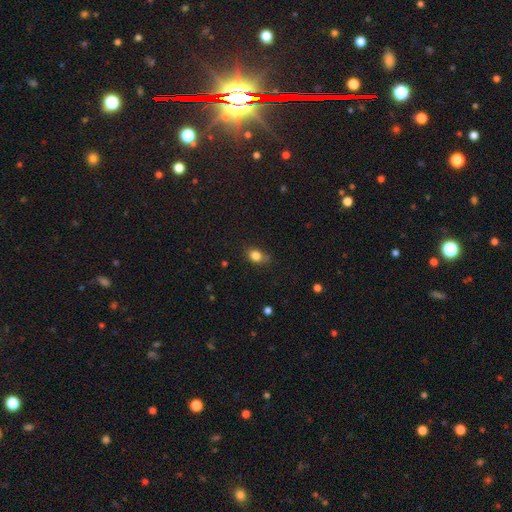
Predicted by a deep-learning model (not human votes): smooth_or_featured: smooth (p=0.82) [alt: star or artifact p=0.11]
how_rounded: in between (p=0.65) [alt: round p=0.33]
merging: none (p=0.65) [alt: minor disturbance p=0.27]